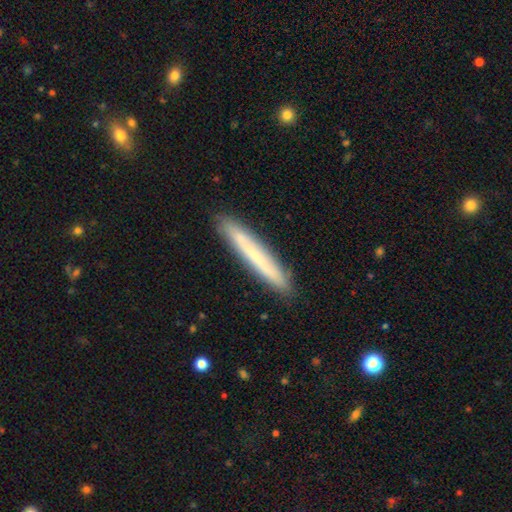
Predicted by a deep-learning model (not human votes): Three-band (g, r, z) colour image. It shows a smooth galaxy with no disk features (63%) that is cigar-shaped (96%). Merging: none (90%).